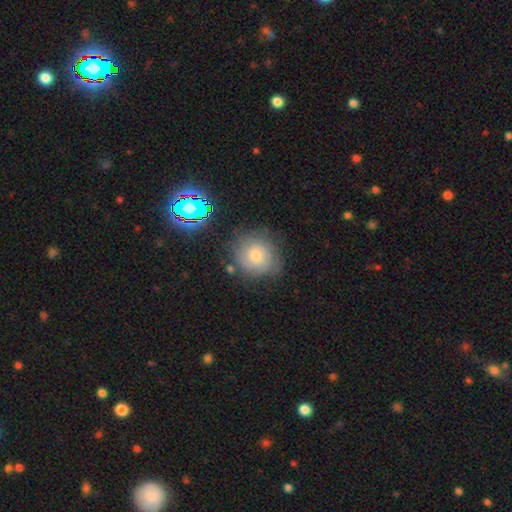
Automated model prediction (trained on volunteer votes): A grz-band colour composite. It shows a featured or disk galaxy (43%). Merging: none (73%).